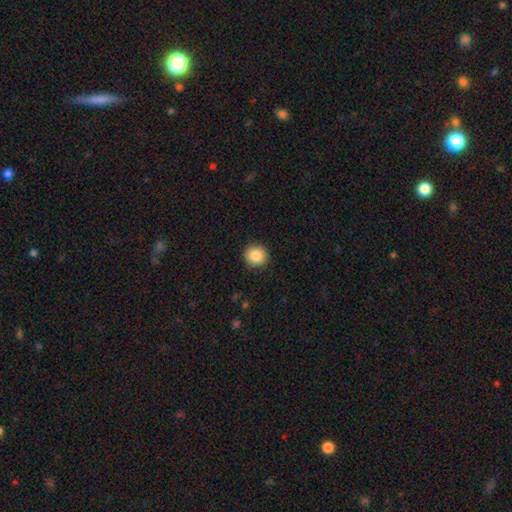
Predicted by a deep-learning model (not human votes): Smooth or featured: smooth — 86% (star or artifact — 9%)
How rounded: round — 91% (in between — 8%)
Merging: none — 91% (minor disturbance — 6%)